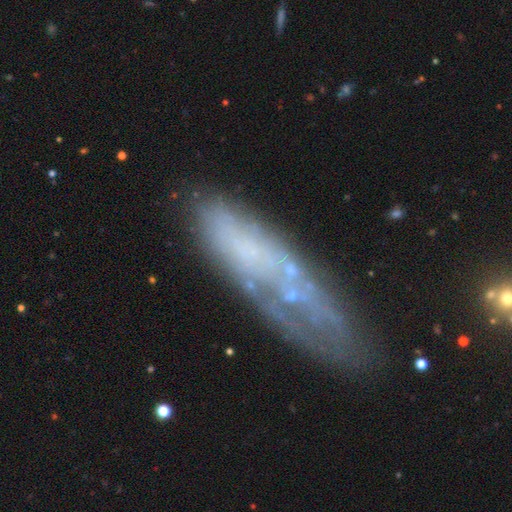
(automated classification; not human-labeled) Smooth or featured? featured or disk (50%)
Edge-on disk? no (71%)
Merging? none (56%)